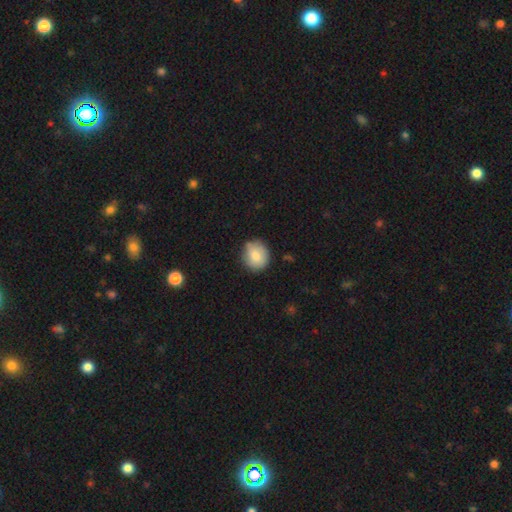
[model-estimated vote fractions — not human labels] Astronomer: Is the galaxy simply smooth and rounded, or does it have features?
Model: smooth — 80%.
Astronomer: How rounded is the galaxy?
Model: round — 83%.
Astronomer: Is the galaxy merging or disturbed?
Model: none — 80%.